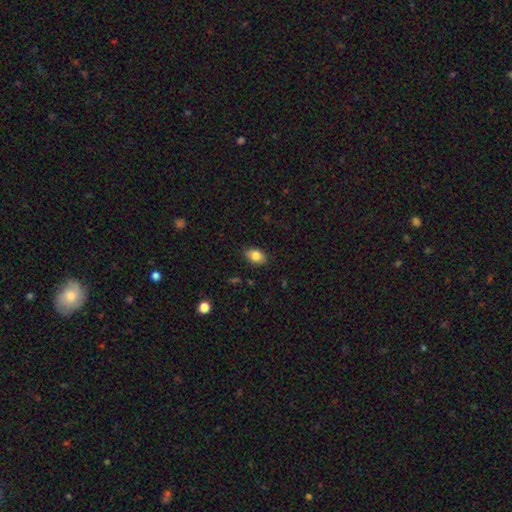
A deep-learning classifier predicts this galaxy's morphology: Smooth or featured: smooth — 83% (featured or disk — 9%)
How rounded: in between — 87% (round — 12%)
Merging: none — 86% (minor disturbance — 11%)